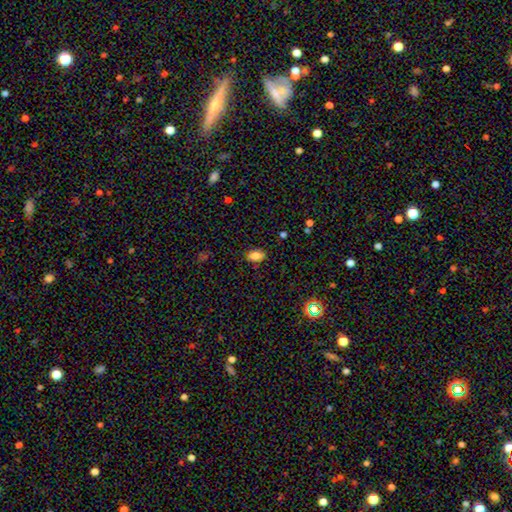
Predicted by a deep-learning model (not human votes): Smooth or featured: smooth — 83% (star or artifact — 10%)
How rounded: in between — 84% (round — 15%)
Merging: none — 85% (minor disturbance — 11%)